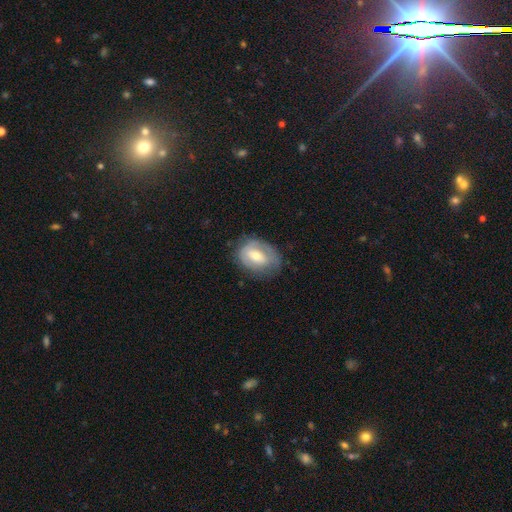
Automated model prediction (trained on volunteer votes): Morphology: type=featured or disk (48%); merging=none (67%).